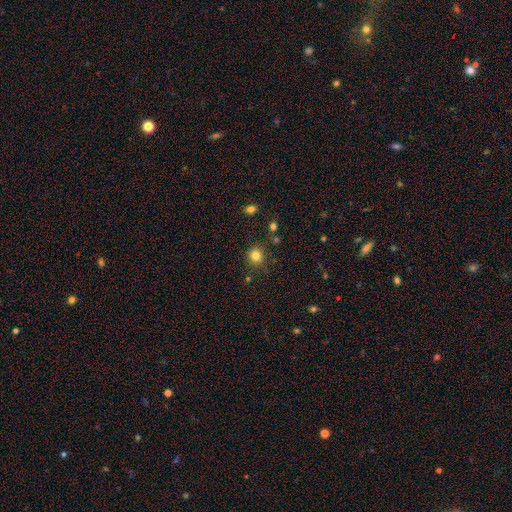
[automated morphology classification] type=smooth (82%); roundness=round (91%); merging=none (86%).